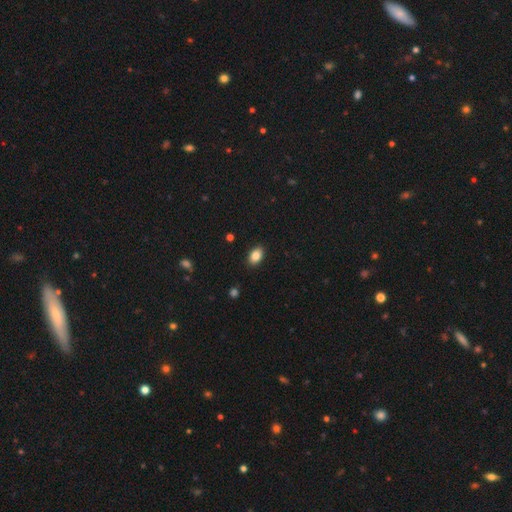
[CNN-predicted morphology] Smooth or featured: smooth — 86% (star or artifact — 8%)
How rounded: in between — 87% (round — 11%)
Merging: none — 89% (minor disturbance — 8%)